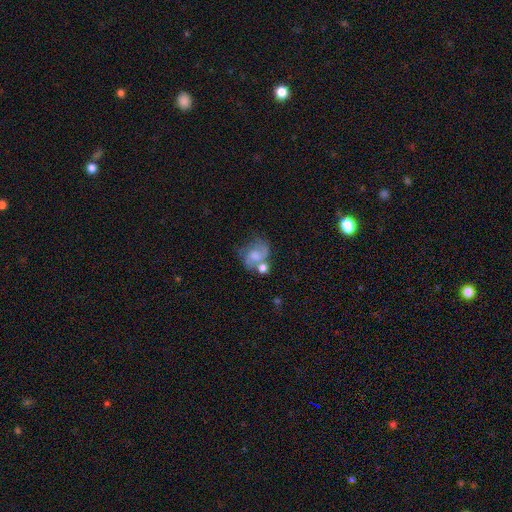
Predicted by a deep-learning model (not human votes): A featured or disk galaxy (47%).

Vote fractions:
- Smooth or featured? featured or disk: 47% / smooth: 43% / star or artifact: 10%
- Merging? none: 32% (tied) / merger: 32% (tied) / minor disturbance: 19% / major disturbance: 18%